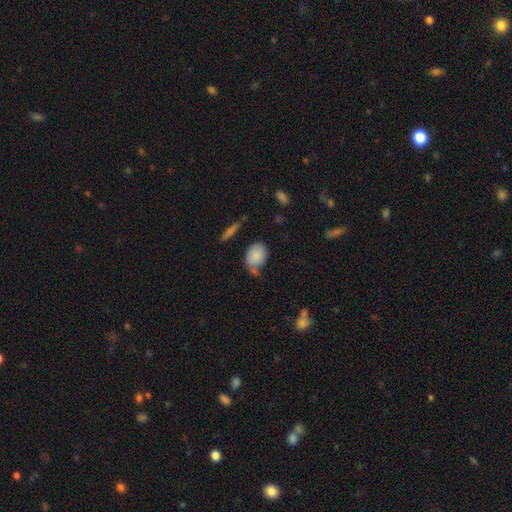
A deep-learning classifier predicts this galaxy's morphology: Smooth or featured: smooth — 84% (featured or disk — 8%)
How rounded: in between — 68% (round — 30%)
Merging: none — 51% (minor disturbance — 28%)